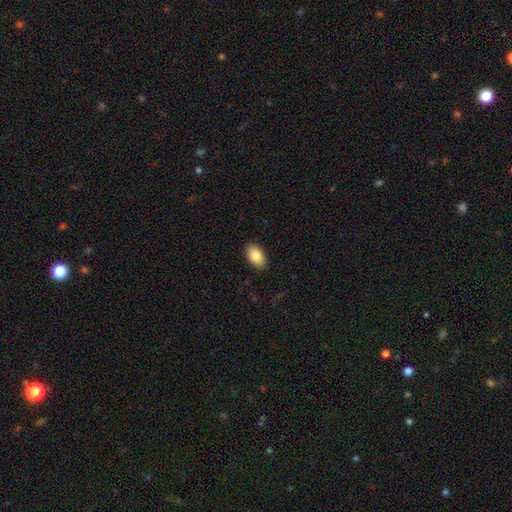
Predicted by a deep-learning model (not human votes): smooth 85%, featured or disk 8%, star or artifact 7%. Down the decision tree: how rounded — in between (93%); merging — none (89%).